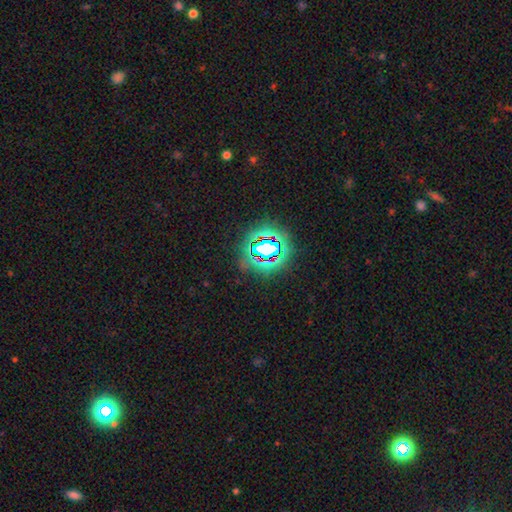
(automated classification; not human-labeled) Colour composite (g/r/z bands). It shows a star or artifact, not a galaxy (78%).